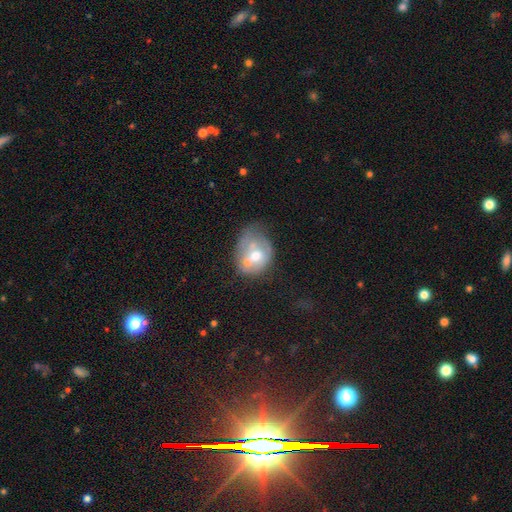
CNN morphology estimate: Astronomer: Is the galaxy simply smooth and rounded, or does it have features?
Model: smooth — 49% (runner-up: featured or disk, 42%).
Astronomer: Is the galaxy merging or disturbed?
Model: minor disturbance — 31% (runner-up: none, 28%).